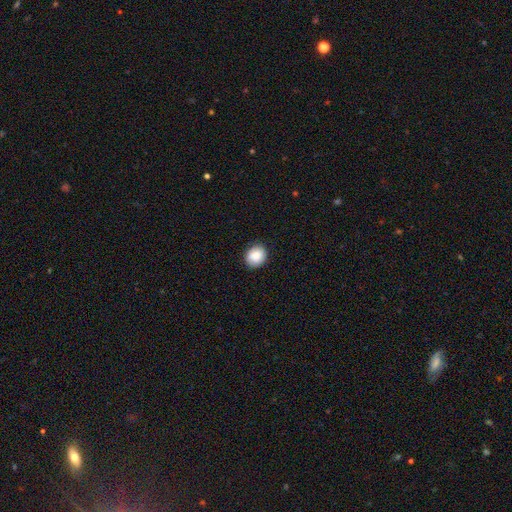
This is clearly a smooth galaxy (82%). How rounded: clearly round (88%). Merging: clearly none (86%).